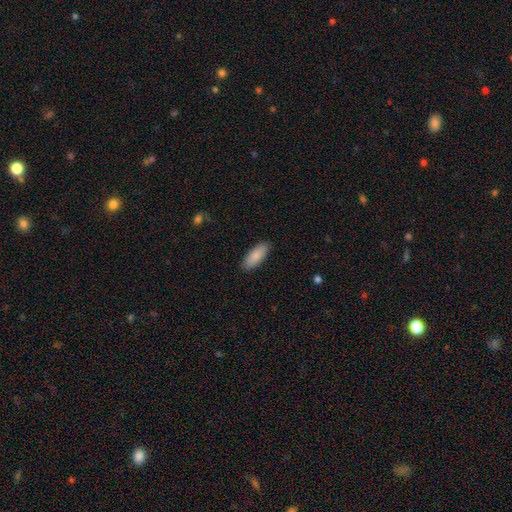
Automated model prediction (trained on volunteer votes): A smooth galaxy with no disk features (86%) that is in between round and cigar-shaped (74%). Merging: none (89%).